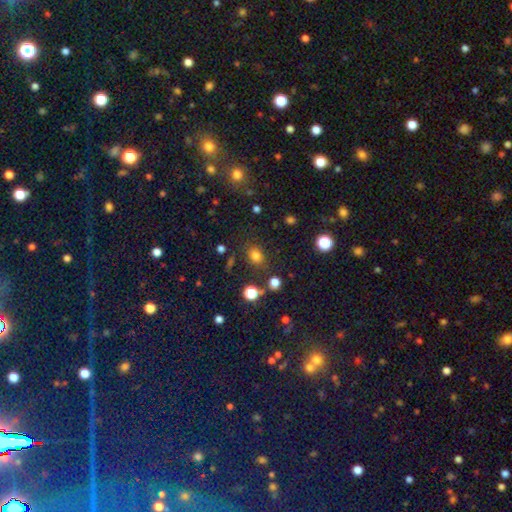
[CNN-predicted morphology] smooth 75%, star or artifact 18%, featured or disk 7%. Down the decision tree: how rounded — round (51%); merging — none (77%).